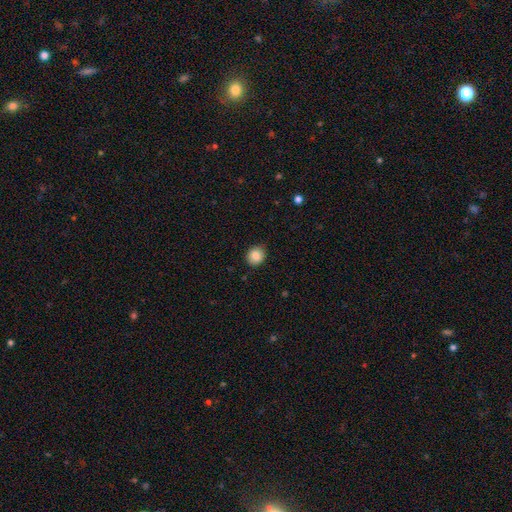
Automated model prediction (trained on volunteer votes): smooth 85%, star or artifact 9%, featured or disk 6%. Down the decision tree: how rounded — round (72%); merging — none (84%).